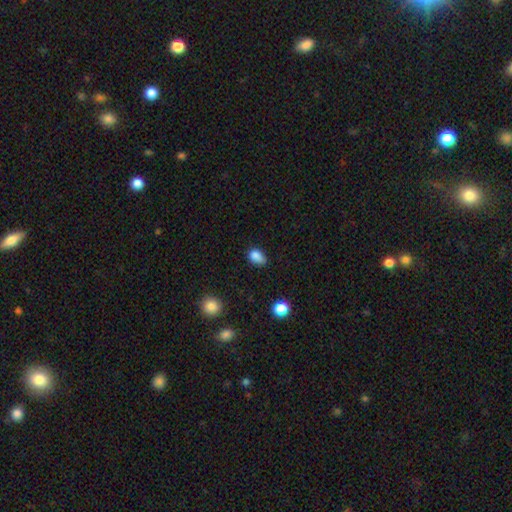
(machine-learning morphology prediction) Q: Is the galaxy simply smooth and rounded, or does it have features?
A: smooth — 84%.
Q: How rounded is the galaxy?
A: in between — 78%.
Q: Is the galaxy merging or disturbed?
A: none — 57%.